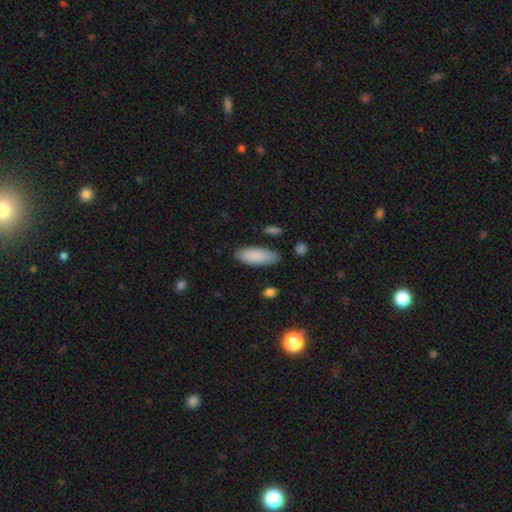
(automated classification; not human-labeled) Morphology: type=smooth (88%); roundness=in between (76%); merging=none (82%).